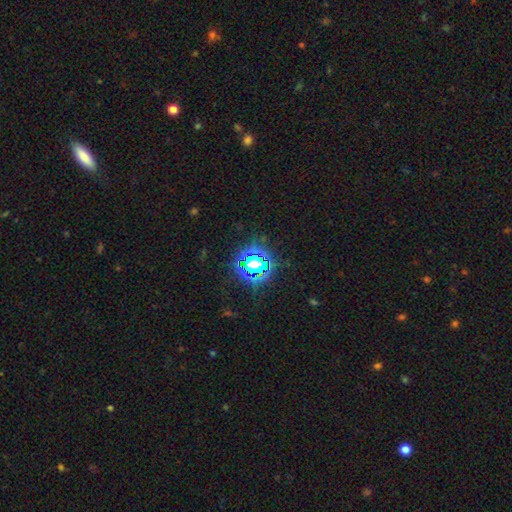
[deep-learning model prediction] Overall: star or artifact (76%).